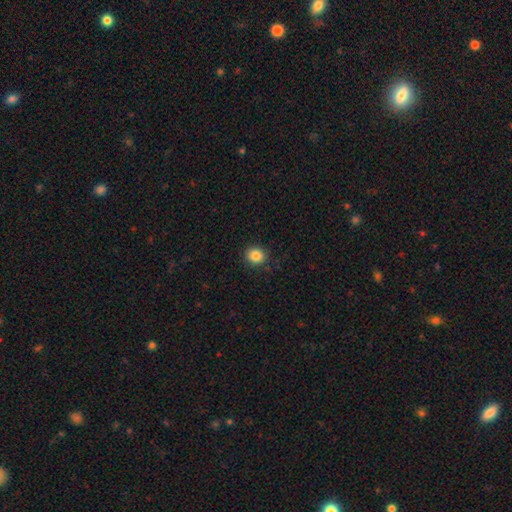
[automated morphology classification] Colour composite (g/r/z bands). It shows a smooth galaxy with no disk features (85%) that is round (84%). Merging: none (90%).